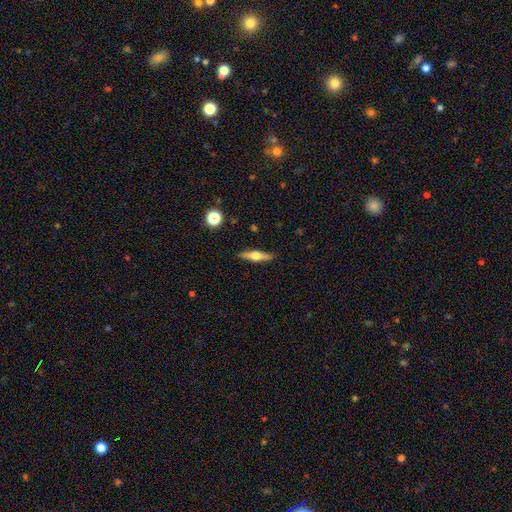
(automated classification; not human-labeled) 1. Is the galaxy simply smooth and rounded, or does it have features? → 59% featured or disk, 35% smooth, 6% star or artifact.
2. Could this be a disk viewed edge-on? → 95% yes, 5% no.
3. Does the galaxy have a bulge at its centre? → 93% rounded, 5% boxy, 2% none.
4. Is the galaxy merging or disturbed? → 89% none, 8% minor disturbance, 2% major disturbance, 1% merger.